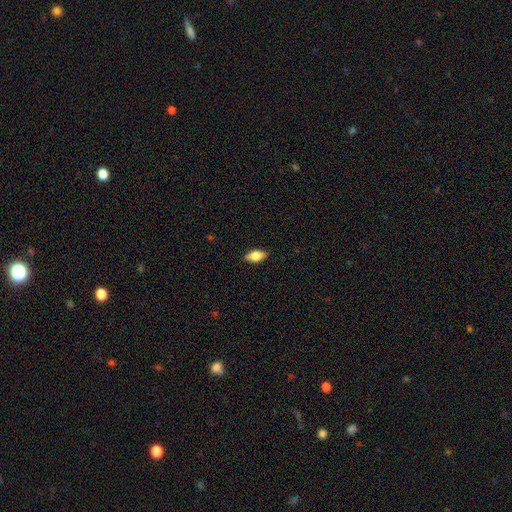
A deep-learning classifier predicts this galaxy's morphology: Smooth or featured? smooth (73%)
How rounded? in between (87%)
Merging? none (87%)